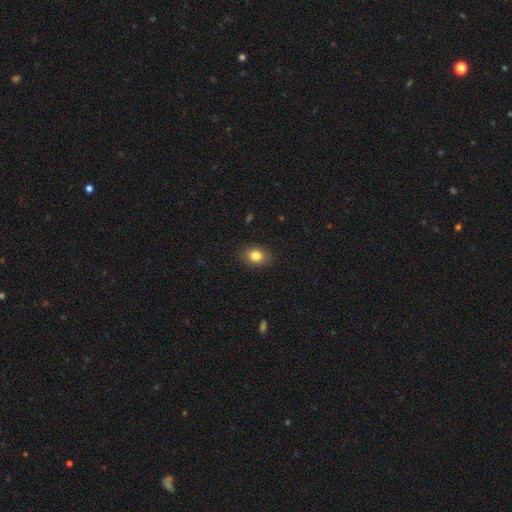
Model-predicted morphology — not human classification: Overall: smooth (83%). How rounded: in between (60%; round 39%). Merging: none (87%).